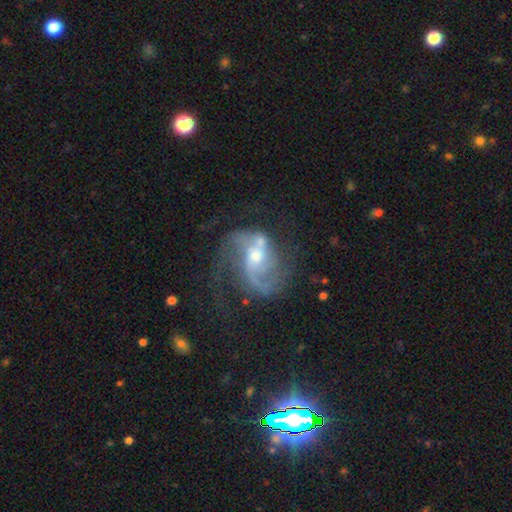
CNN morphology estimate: The model was most divided on "spiral winding": medium: 47%, loose: 37%, tight: 16%. Remaining: edge-on disk — no (98%); spiral arms — yes (94%); smooth or featured — featured or disk (85%); spiral arm count — 2 (66%); bar — no (55%); bulge size — moderate (52%); merging — none (43%).